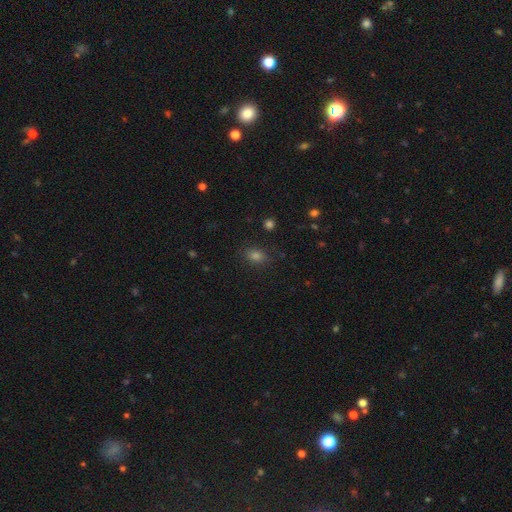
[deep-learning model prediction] Overall: smooth (74%). How rounded: in between (66%; round 32%). Merging: none (84%).